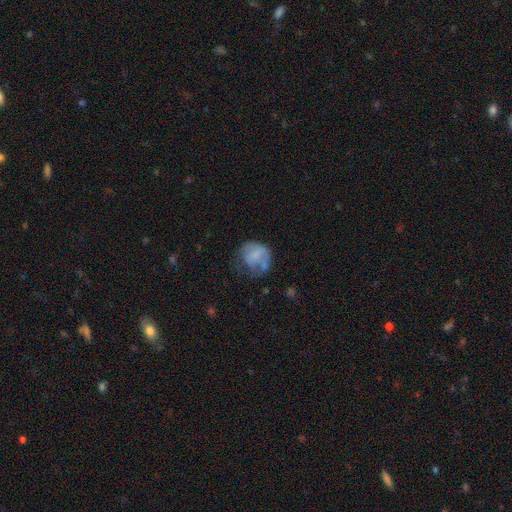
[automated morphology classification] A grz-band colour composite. It shows a smooth galaxy with no disk features (60%) that is round (70%). Merging: none (34%).